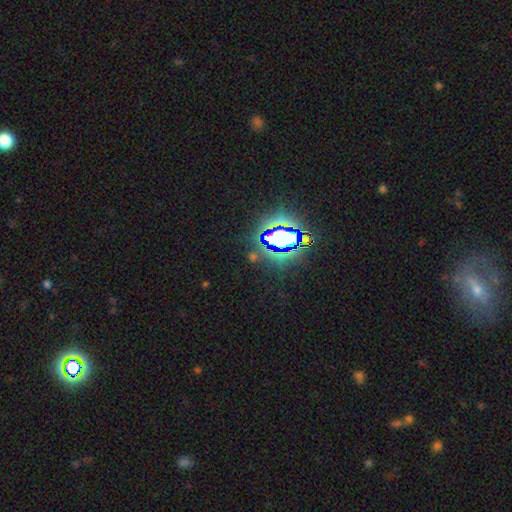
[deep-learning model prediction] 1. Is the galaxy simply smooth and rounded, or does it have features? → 76% star or artifact, 15% smooth, 10% featured or disk.